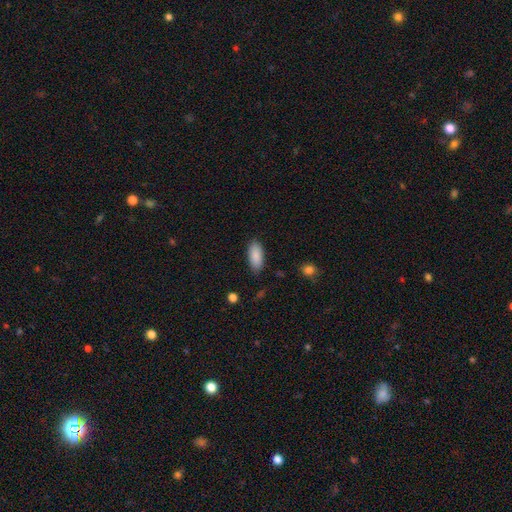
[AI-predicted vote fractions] Morphology: type=smooth (89%); roundness=in between (88%); merging=none (84%).